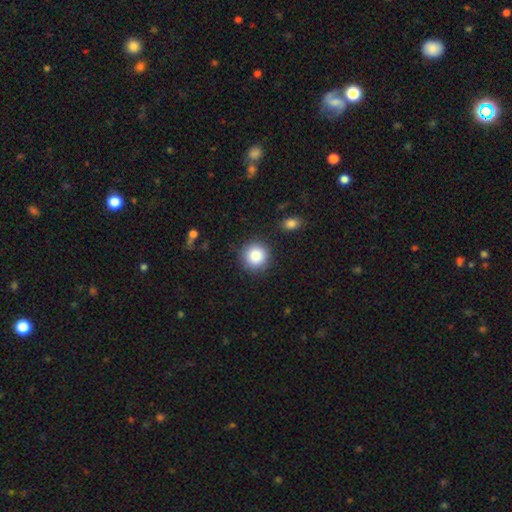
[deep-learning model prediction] Smooth or featured?
  - smooth: 87% *
  - star or artifact: 9%
  - featured or disk: 4%
How rounded?
  - round: 94% *
  - in between: 5%
  - cigar-shaped: 1%
Merging?
  - none: 88% *
  - minor disturbance: 8%
  - major disturbance: 3%
  - merger: 2%